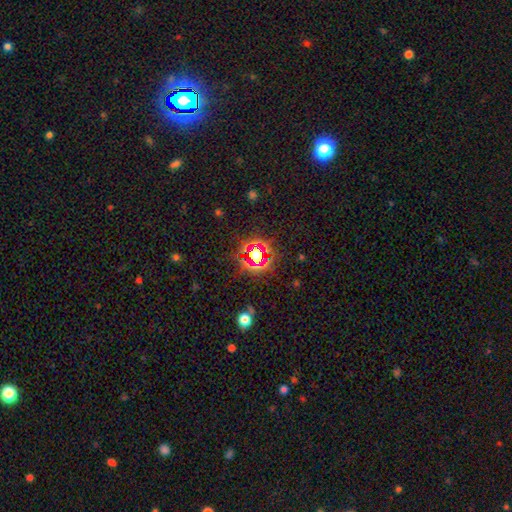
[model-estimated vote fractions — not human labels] star or artifact 73%, smooth 17%, featured or disk 11%.